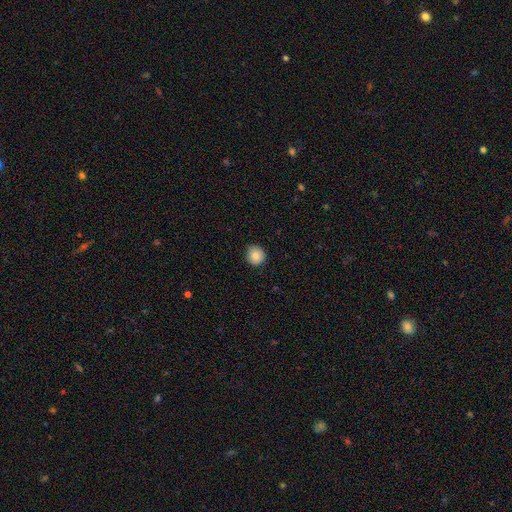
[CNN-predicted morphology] Overall: smooth (86%). How rounded: round (91%). Merging: none (89%).